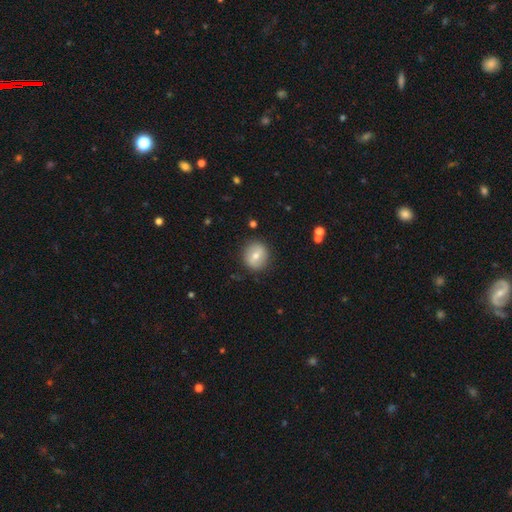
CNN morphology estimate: type=smooth (64%); roundness=round (85%); merging=none (87%).